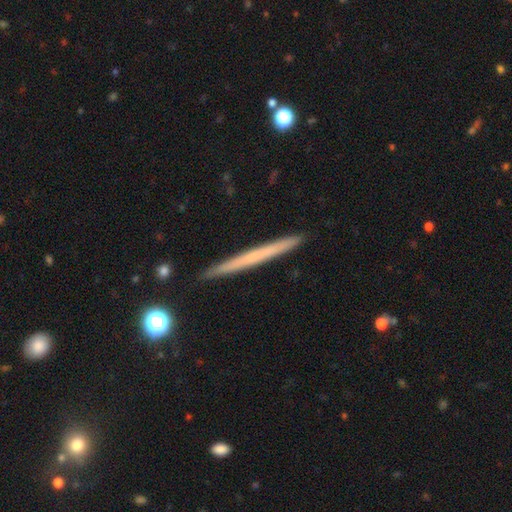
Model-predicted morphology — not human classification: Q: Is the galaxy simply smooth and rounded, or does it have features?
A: smooth — 49%.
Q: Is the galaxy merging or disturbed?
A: none — 92%.